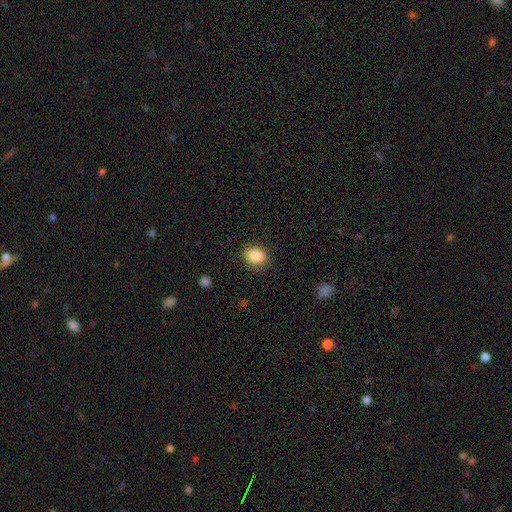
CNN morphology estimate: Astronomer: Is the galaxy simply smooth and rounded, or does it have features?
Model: smooth — 86%.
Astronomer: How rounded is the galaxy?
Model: round — 51% (runner-up: in between, 48%).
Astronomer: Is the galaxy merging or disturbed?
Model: none — 81%.